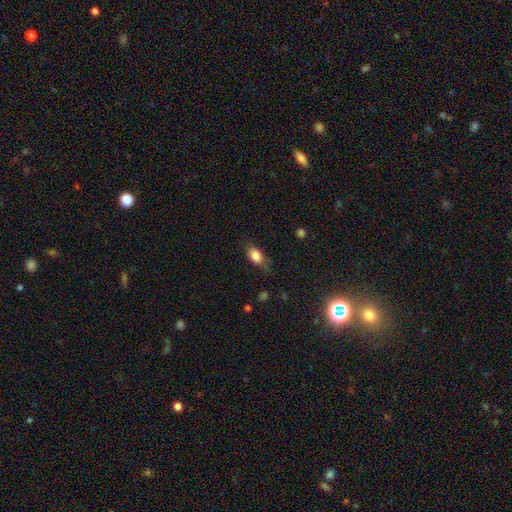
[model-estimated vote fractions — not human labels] A smooth galaxy with no disk features (81%) that is in between round and cigar-shaped (78%). Merging: none (64%).